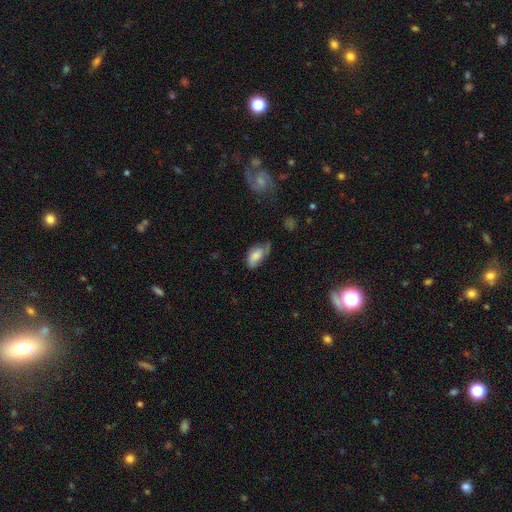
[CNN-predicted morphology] A smooth galaxy with no disk features (73%) that is in between round and cigar-shaped (92%).

Vote fractions:
- Smooth or featured? smooth: 73% / featured or disk: 20% / star or artifact: 7%
- How rounded? in between: 92% / cigar-shaped: 4% / round: 4%
- Merging? minor disturbance: 41% / none: 40% / major disturbance: 17% / merger: 3%